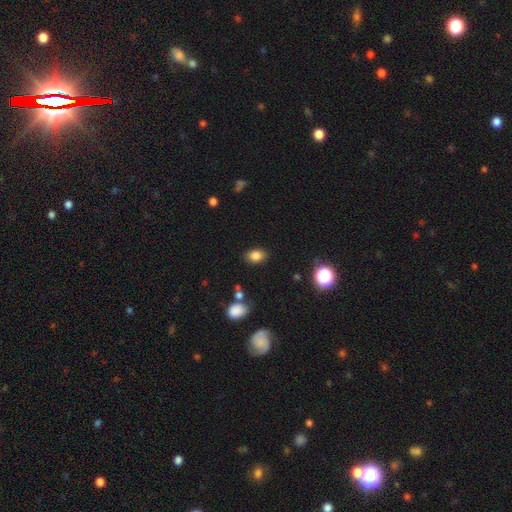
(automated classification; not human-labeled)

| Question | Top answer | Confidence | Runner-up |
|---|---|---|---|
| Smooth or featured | smooth | 83% | star or artifact (11%) |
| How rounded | in between | 81% | round (18%) |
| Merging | none | 85% | minor disturbance (10%) |